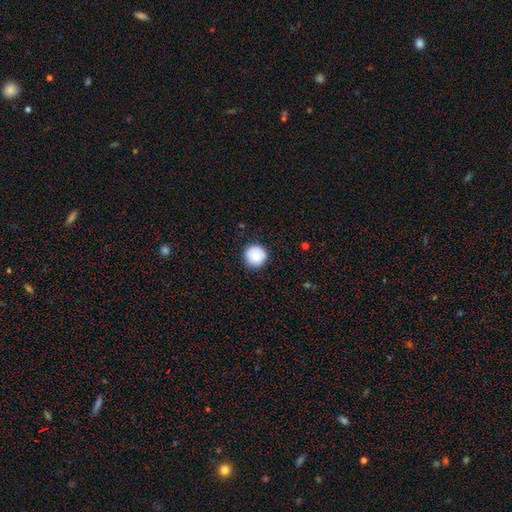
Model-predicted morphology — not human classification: The model was most divided on "smooth or featured": smooth: 77%, featured or disk: 15%, star or artifact: 8%. More confident: how rounded — round (95%); merging — none (86%).